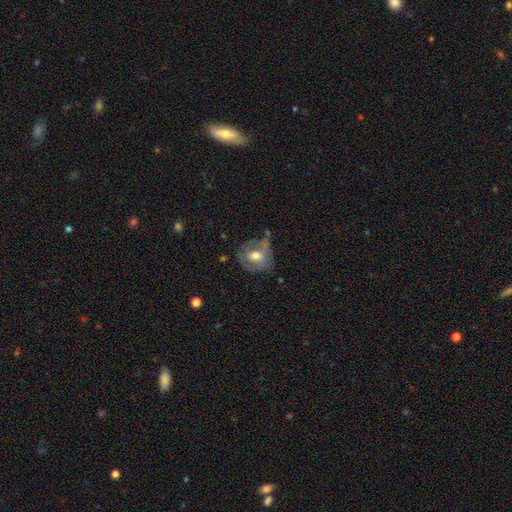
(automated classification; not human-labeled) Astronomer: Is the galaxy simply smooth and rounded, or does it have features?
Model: featured or disk — 50% (runner-up: smooth, 43%).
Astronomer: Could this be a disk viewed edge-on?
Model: no — 95%.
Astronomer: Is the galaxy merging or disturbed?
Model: none — 52% (runner-up: minor disturbance, 28%).